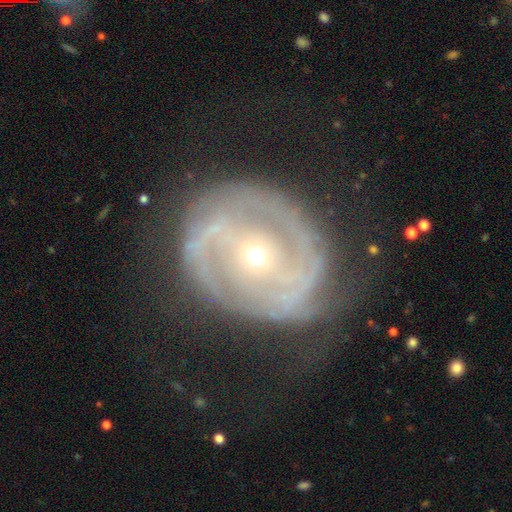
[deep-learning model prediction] Smooth or featured? Predicted: featured or disk (p=0.86). Edge-on disk? Predicted: no (p=0.96). Bar? Predicted: no (p=0.47). Spiral arms? Predicted: yes (p=0.87). Spiral winding? Predicted: tight (p=0.57). Spiral arm count? Predicted: 2 (p=0.55). Bulge size? Predicted: small (p=0.74). Merging? Predicted: none (p=0.59).